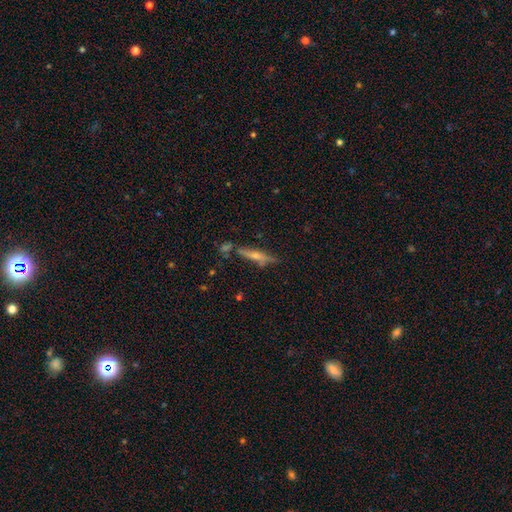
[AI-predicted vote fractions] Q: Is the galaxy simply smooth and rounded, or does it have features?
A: featured or disk — 63%.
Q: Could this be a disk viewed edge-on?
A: yes — 88%.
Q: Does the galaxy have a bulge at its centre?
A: rounded — 78%.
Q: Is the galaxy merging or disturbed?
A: none — 70%.